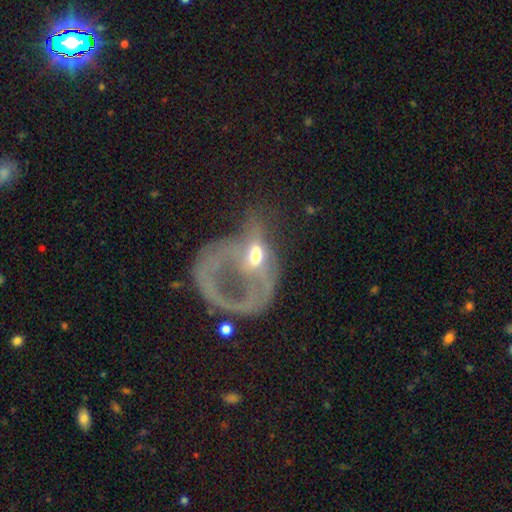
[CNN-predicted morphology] A featured or disk galaxy (62%) with no bar (61%), no spiral arms (64%) and a moderate central bulge (60%).

Vote fractions:
- Smooth or featured? featured or disk: 62% / smooth: 27% / star or artifact: 11%
- Edge-on disk? no: 90% / yes: 10%
- Bar? no: 61% / weak: 24% / strong: 15%
- Spiral arms? no: 64% / yes: 36%
- Bulge size? moderate: 60% / small: 22% / large: 11% / none: 4% / dominant: 3%
- Merging? major disturbance: 54% / merger: 20% / none: 16% / minor disturbance: 10%